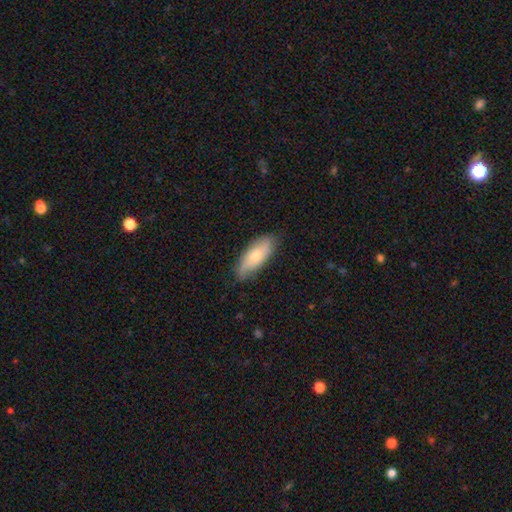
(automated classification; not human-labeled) A smooth galaxy with no disk features (65%) that is in between round and cigar-shaped (78%).

Vote fractions:
- Smooth or featured? smooth: 65% / featured or disk: 29% / star or artifact: 6%
- How rounded? in between: 78% / cigar-shaped: 20% / round: 2%
- Merging? none: 75% / minor disturbance: 20% / major disturbance: 3% / merger: 1%